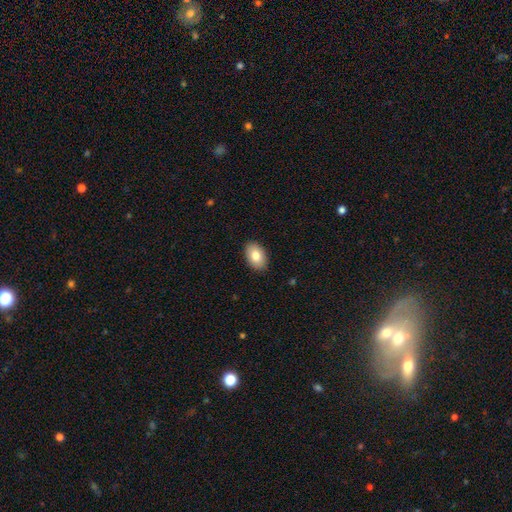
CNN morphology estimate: The model was most divided on "smooth or featured": smooth: 82%, featured or disk: 11%, star or artifact: 7%. More confident: how rounded — in between (91%); merging — none (89%).